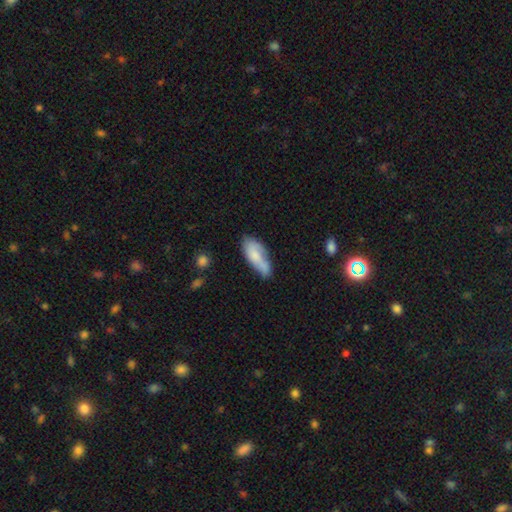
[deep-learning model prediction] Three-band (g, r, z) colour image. It shows a smooth galaxy with no disk features (70%) that is in between round and cigar-shaped (77%). Merging: none (48%).